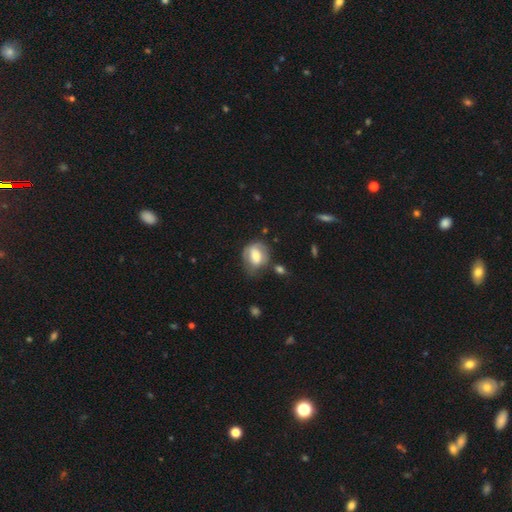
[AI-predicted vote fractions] This is possibly a smooth galaxy (56%). How rounded: possibly in between (51%). Merging: possibly none (51%).